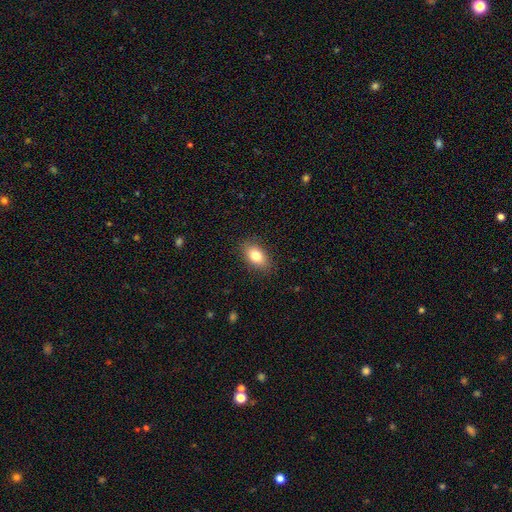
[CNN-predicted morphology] A smooth galaxy with no disk features (81%) that is in between round and cigar-shaped (88%). Merging: none (87%).